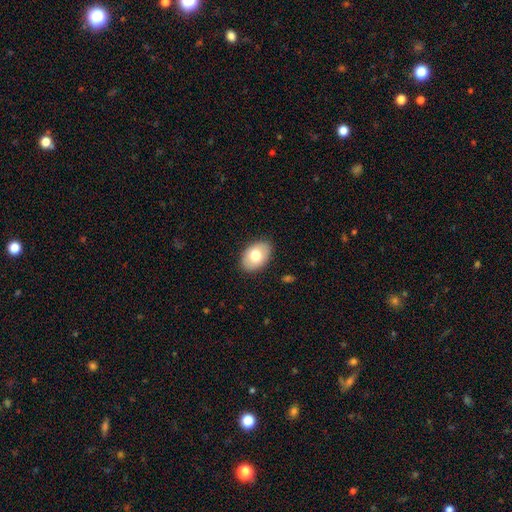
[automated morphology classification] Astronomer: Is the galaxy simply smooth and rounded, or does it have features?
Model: smooth — 74%.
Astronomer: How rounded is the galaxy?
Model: in between — 86%.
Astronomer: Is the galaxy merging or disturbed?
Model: none — 87%.